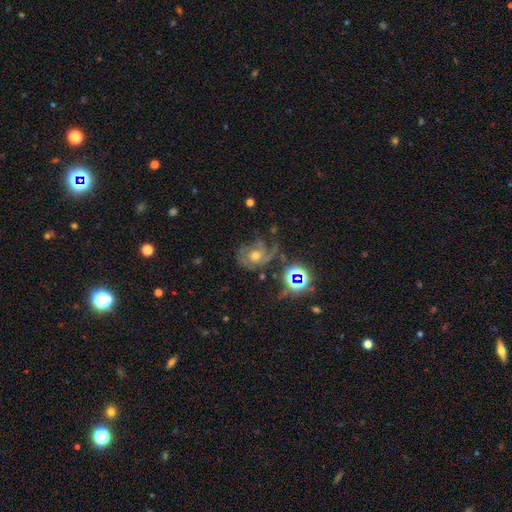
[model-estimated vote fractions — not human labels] The model was most divided on "spiral winding": tight: 41%, medium: 40%, loose: 18%. Remaining: edge-on disk — no (97%); spiral arms — yes (87%); bar — no (80%); bulge size — moderate (71%); smooth or featured — featured or disk (65%); merging — none (47%); spiral arm count — can't tell (25%).